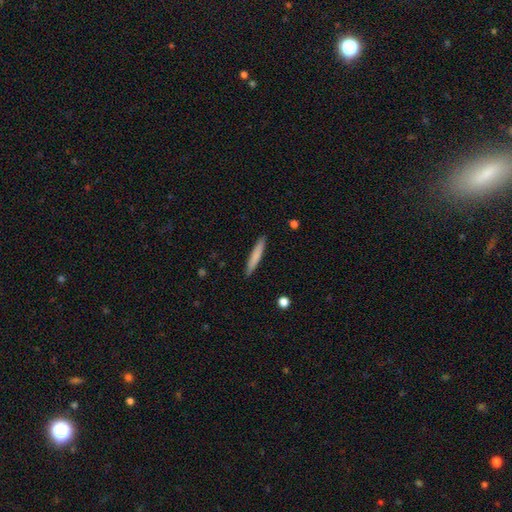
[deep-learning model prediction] This is likely a smooth galaxy (77%). How rounded: clearly cigar-shaped (94%). Merging: clearly none (90%).